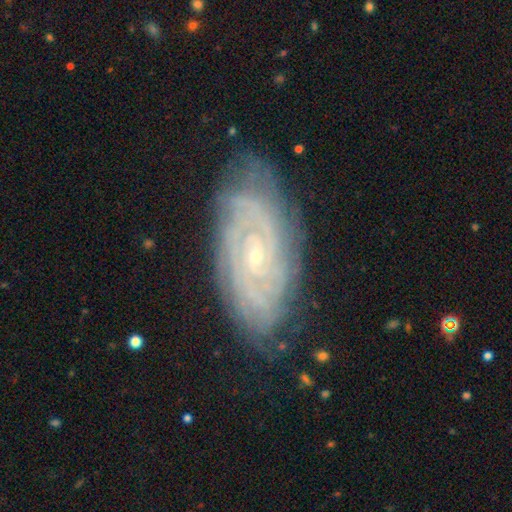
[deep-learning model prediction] smooth-or-featured: featured or disk: 85% | smooth: 8% | star or artifact: 7%
  disk-edge-on: no: 94% | yes: 6%
    bar: no: 65% | weak: 28% | strong: 7%
    has-spiral-arms: yes: 97% | no: 3%
      spiral-winding: tight: 77% | medium: 20% | loose: 4%
      spiral-arm-count: can't tell: 31% | 2: 26% | 3: 16% | 4: 14% | more than 4: 8% | 1: 6%
    bulge-size: small: 82% | moderate: 15% | none: 2% | large: 1% | dominant: 1%
  merging: none: 78% | minor disturbance: 16% | major disturbance: 4% | merger: 1%